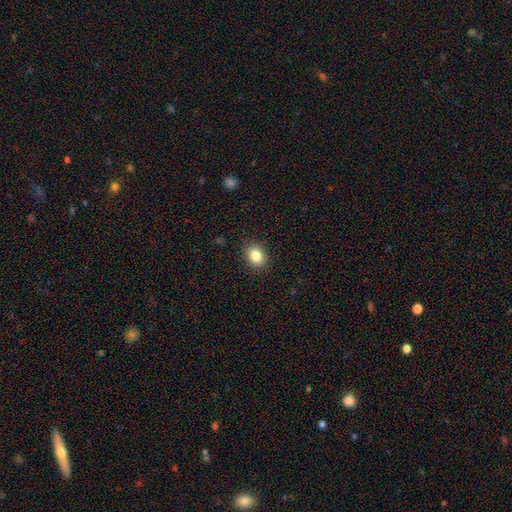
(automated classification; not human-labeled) Q: Smooth or featured?
A: smooth (84%); runner-up: star or artifact (9%)
Q: How rounded?
A: in between (61%); runner-up: round (38%)
Q: Merging?
A: none (90%); runner-up: minor disturbance (7%)